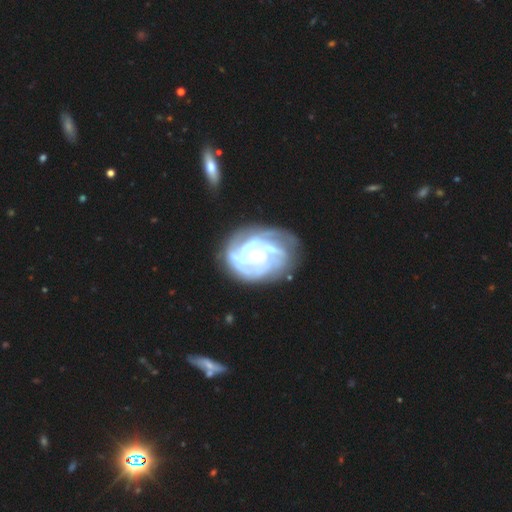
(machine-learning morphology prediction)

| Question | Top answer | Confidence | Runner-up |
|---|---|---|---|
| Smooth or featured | featured or disk | 82% | smooth (11%) |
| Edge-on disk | no | 97% | yes (3%) |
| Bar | no | 72% | weak (22%) |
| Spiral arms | yes | 87% | no (13%) |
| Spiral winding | tight | 64% | medium (28%) |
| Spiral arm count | can't tell | 37% | 3 (21%) |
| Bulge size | small | 73% | moderate (20%) |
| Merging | none | 51% | minor disturbance (23%) |